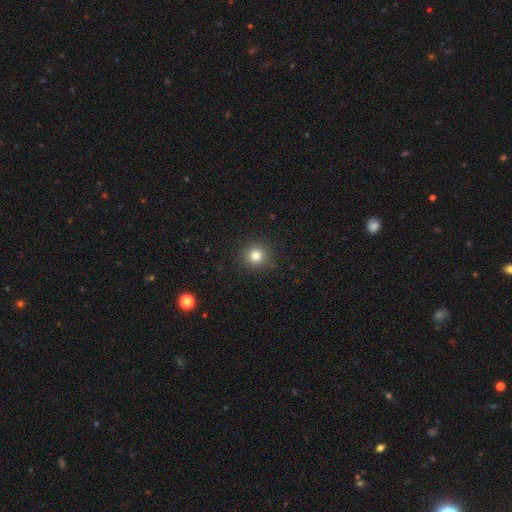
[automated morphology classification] The model was most divided on "smooth or featured": smooth: 80%, star or artifact: 13%, featured or disk: 6%. More confident: how rounded — round (94%); merging — none (91%).